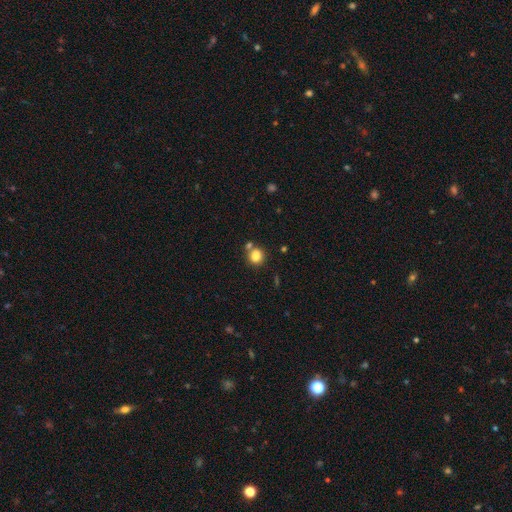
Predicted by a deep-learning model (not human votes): smooth 82%, star or artifact 11%, featured or disk 7%. Down the decision tree: how rounded — round (71%); merging — none (59%).